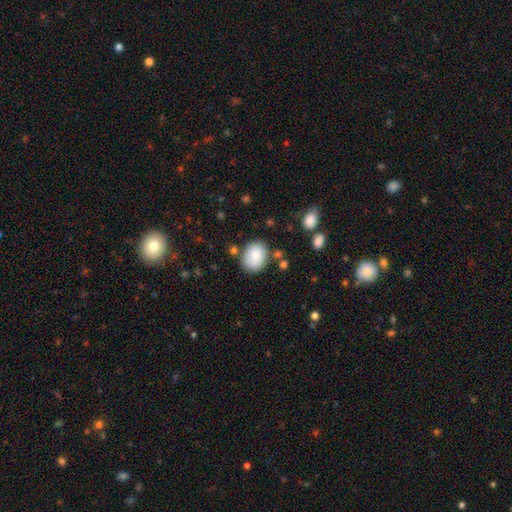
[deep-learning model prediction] This is likely a smooth galaxy (79%). How rounded: possibly in between (55%). Merging: likely none (77%).